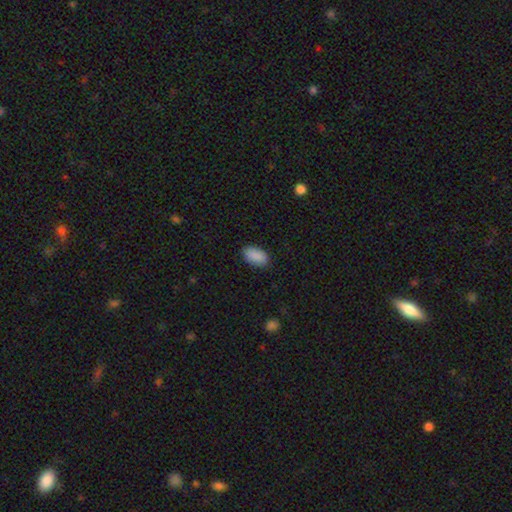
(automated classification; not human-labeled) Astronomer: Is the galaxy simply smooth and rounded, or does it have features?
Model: smooth — 90%.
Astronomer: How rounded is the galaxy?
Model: in between — 94%.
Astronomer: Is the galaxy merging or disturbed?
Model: none — 88%.